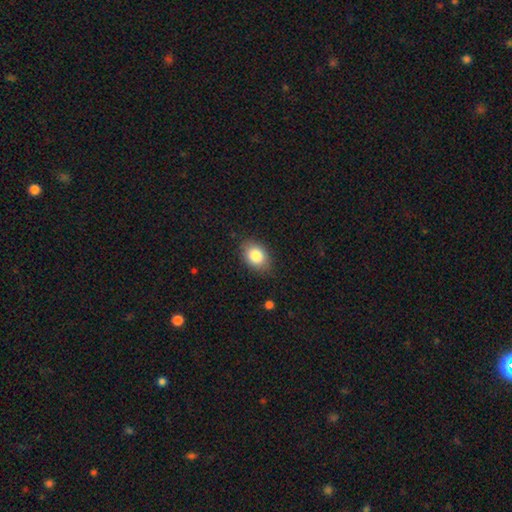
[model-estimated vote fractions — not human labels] Q: Smooth or featured?
A: smooth (83%); runner-up: featured or disk (9%)
Q: How rounded?
A: in between (77%); runner-up: round (22%)
Q: Merging?
A: none (82%); runner-up: minor disturbance (14%)